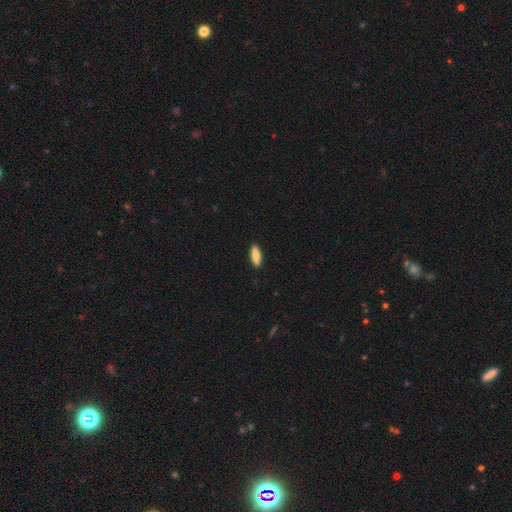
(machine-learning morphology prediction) Smooth or featured: smooth — 82% (featured or disk — 12%)
How rounded: in between — 53% (cigar-shaped — 45%)
Merging: none — 90% (minor disturbance — 8%)